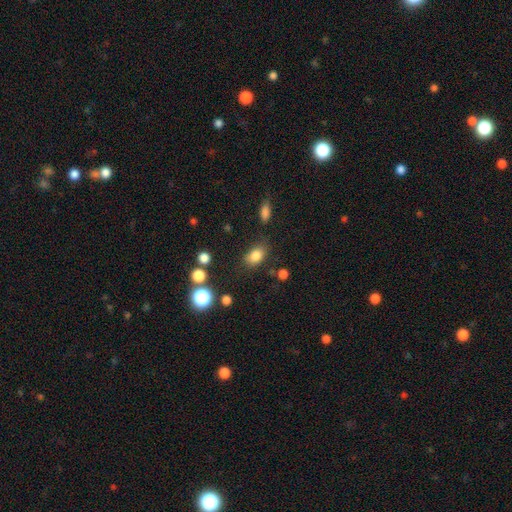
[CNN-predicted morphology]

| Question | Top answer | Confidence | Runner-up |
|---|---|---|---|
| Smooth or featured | smooth | 82% | star or artifact (11%) |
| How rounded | in between | 77% | round (21%) |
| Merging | none | 72% | minor disturbance (18%) |